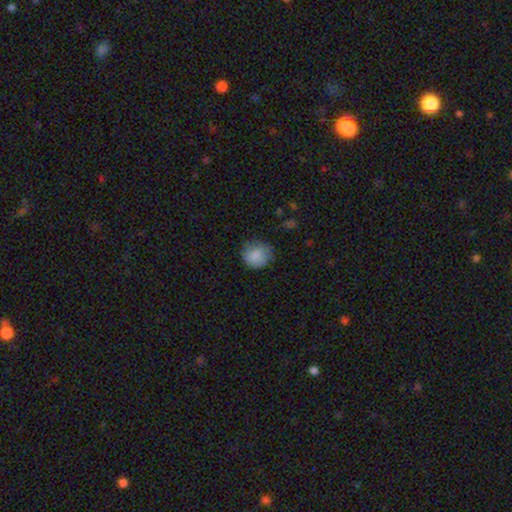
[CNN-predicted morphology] The model was most divided on "merging": none: 71%, minor disturbance: 22%, major disturbance: 5%, merger: 1%. More confident: smooth or featured — smooth (85%); how rounded — round (84%).